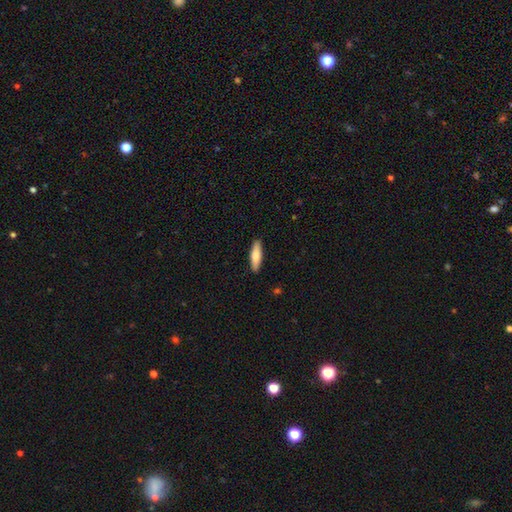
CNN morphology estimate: smooth_or_featured: smooth (p=0.76) [alt: featured or disk p=0.19]
how_rounded: cigar-shaped (p=0.65) [alt: in between p=0.33]
merging: none (p=0.90) [alt: minor disturbance p=0.08]